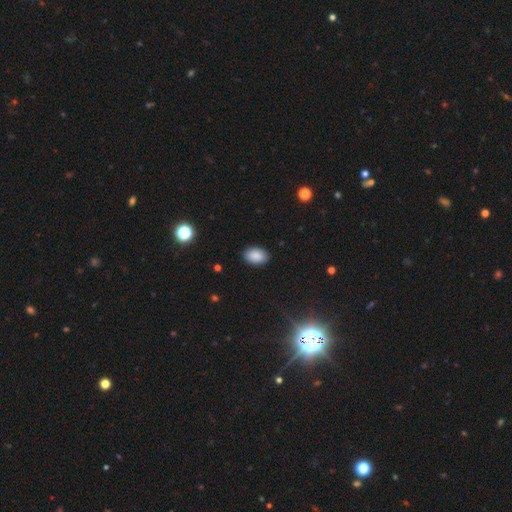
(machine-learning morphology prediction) smooth-or-featured: smooth: 87% | star or artifact: 8% | featured or disk: 5%
  how-rounded: in between: 86% | round: 13% | cigar-shaped: 1%
  merging: none: 88% | minor disturbance: 9% | major disturbance: 2% | merger: 1%